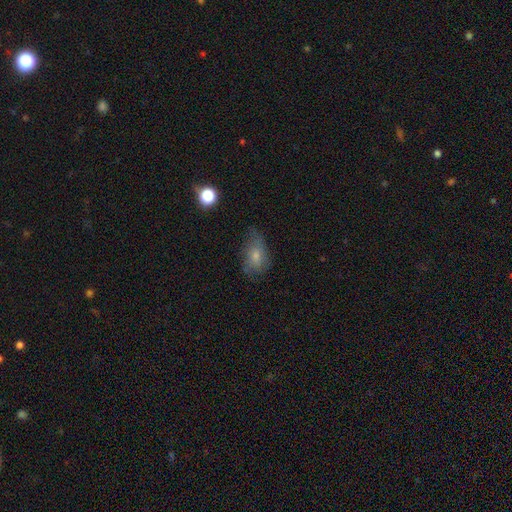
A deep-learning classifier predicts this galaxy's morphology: Smooth or featured? Predicted: smooth (p=0.66). How rounded? Predicted: in between (p=0.85). Merging? Predicted: none (p=0.54).